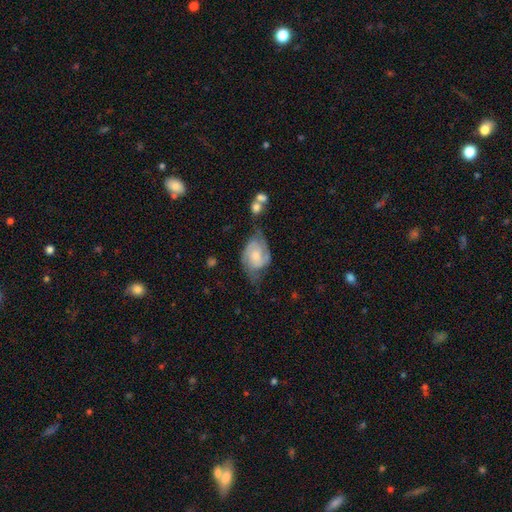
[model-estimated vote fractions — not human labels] smooth_or_featured: featured or disk (p=0.74) [alt: smooth p=0.19]
disk_edge_on: no (p=0.97) [alt: yes p=0.03]
bar: no (p=0.60) [alt: weak p=0.35]
has_spiral_arms: yes (p=0.93) [alt: no p=0.07]
spiral_winding: medium (p=0.47) [alt: tight p=0.31]
spiral_arm_count: 2 (p=0.82) [alt: can't tell p=0.08]
bulge_size: moderate (p=0.42) [alt: small p=0.31]
merging: none (p=0.45) [alt: minor disturbance p=0.30]